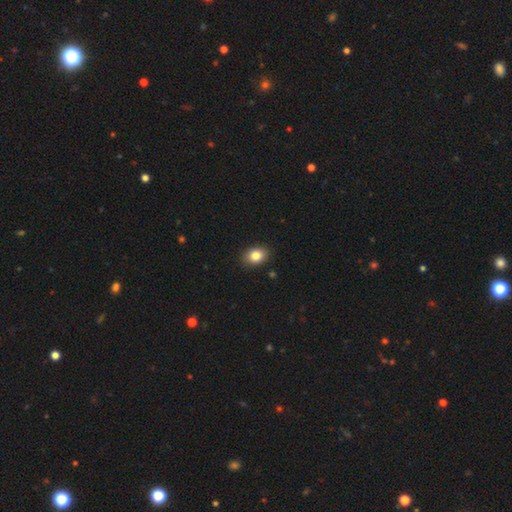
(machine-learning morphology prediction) smooth 83%, star or artifact 9%, featured or disk 8%. Down the decision tree: how rounded — in between (72%); merging — none (89%).